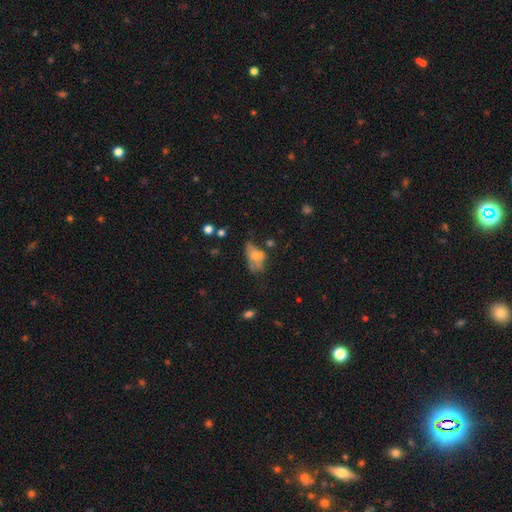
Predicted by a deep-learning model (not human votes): Smooth or featured? Predicted: smooth (p=0.53). How rounded? Predicted: in between (p=0.82). Merging? Predicted: merger (p=0.29).